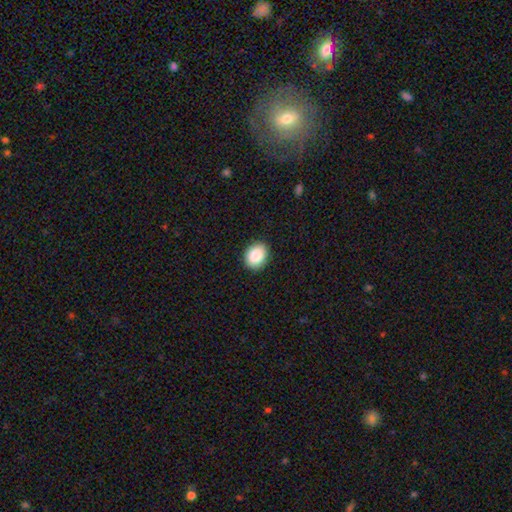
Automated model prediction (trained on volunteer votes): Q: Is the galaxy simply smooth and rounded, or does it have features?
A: smooth — 87%.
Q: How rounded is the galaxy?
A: in between — 51%.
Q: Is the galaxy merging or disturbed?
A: none — 90%.